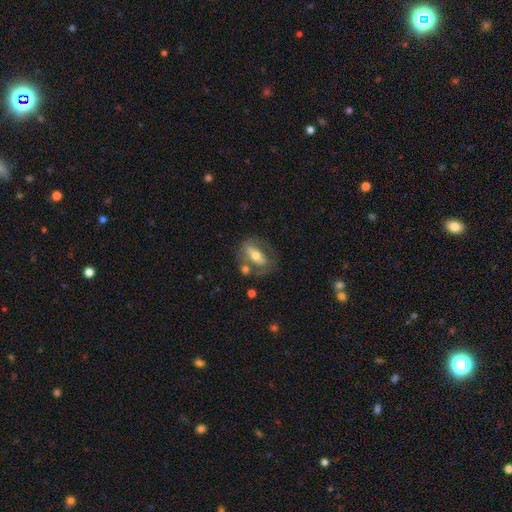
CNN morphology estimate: Smooth or featured: featured or disk — 53% (smooth — 40%)
Edge-on disk: no — 82% (yes — 18%)
Merging: none — 54% (minor disturbance — 19%)